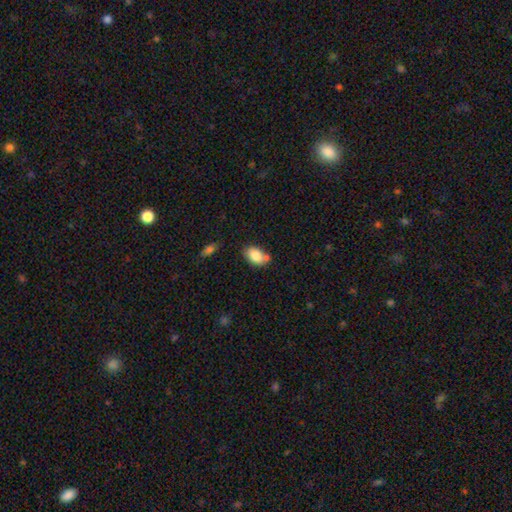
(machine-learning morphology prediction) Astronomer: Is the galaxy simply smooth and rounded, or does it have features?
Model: smooth — 82%.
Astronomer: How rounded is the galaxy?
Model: in between — 86%.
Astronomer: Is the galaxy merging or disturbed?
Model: none — 57%.